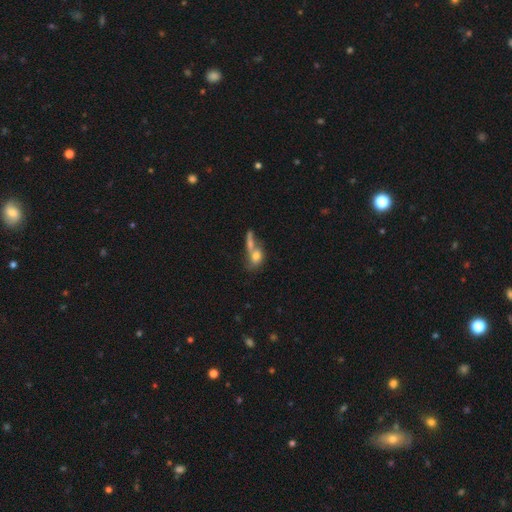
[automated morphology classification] smooth_or_featured: smooth (p=0.67) [alt: featured or disk p=0.23]
how_rounded: in between (p=0.59) [alt: round p=0.33]
merging: merger (p=0.57) [alt: none p=0.24]